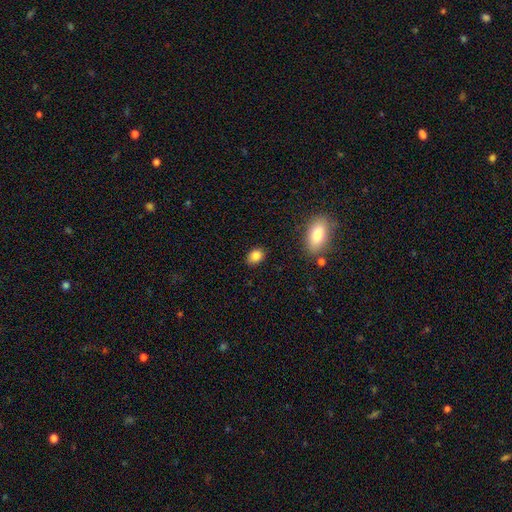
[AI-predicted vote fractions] A smooth galaxy with no disk features (85%) that is in between round and cigar-shaped (69%).

Vote fractions:
- Smooth or featured? smooth: 85% / star or artifact: 9% / featured or disk: 5%
- How rounded? in between: 69% / round: 29% / cigar-shaped: 1%
- Merging? none: 85% / minor disturbance: 11% / major disturbance: 3% / merger: 2%